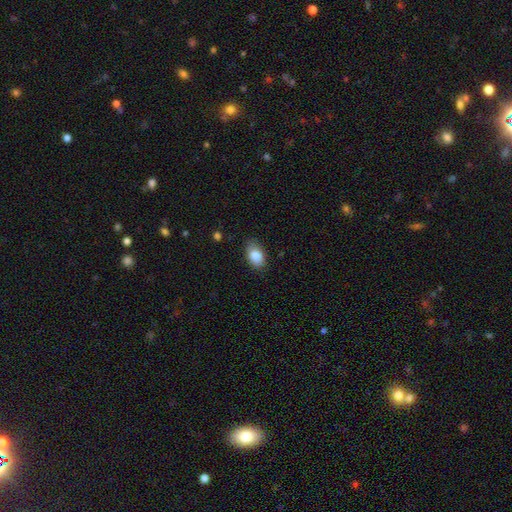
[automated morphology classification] Smooth or featured? Predicted: smooth (p=0.86). How rounded? Predicted: in between (p=0.90). Merging? Predicted: none (p=0.77).